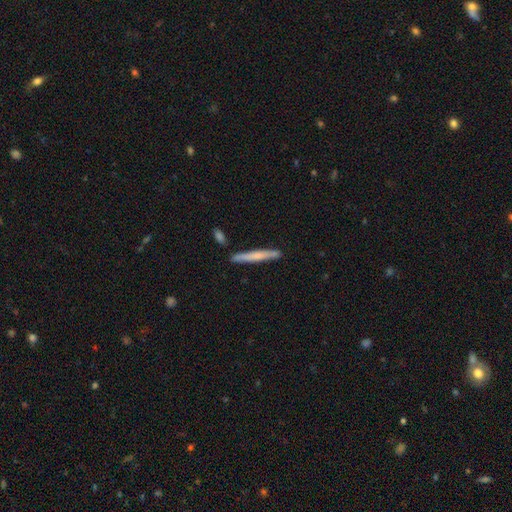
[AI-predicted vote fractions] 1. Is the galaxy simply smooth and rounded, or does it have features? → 58% smooth, 37% featured or disk, 6% star or artifact.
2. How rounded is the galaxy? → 96% cigar-shaped, 3% in between, 1% round.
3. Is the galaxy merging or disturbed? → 85% none, 10% minor disturbance, 4% merger, 2% major disturbance.